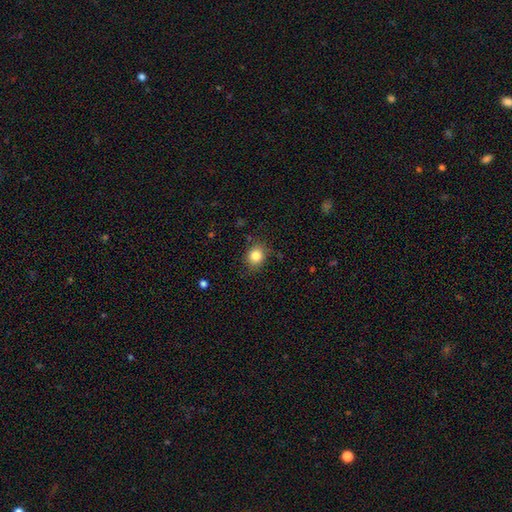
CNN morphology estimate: Overall: smooth (83%). How rounded: round (71%). Merging: none (83%).